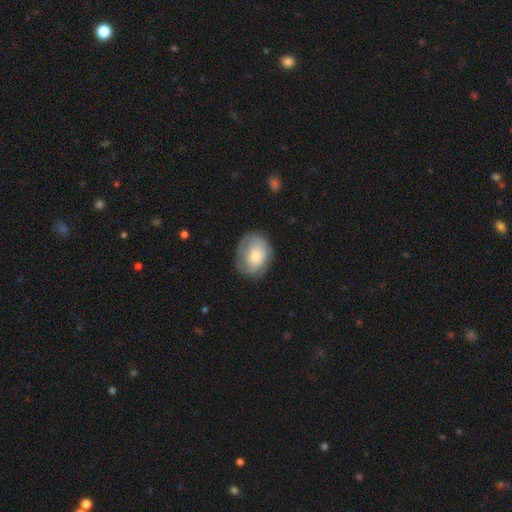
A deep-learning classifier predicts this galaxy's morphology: Smooth or featured? Predicted: smooth (p=0.59). How rounded? Predicted: round (p=0.50). Merging? Predicted: none (p=0.71).